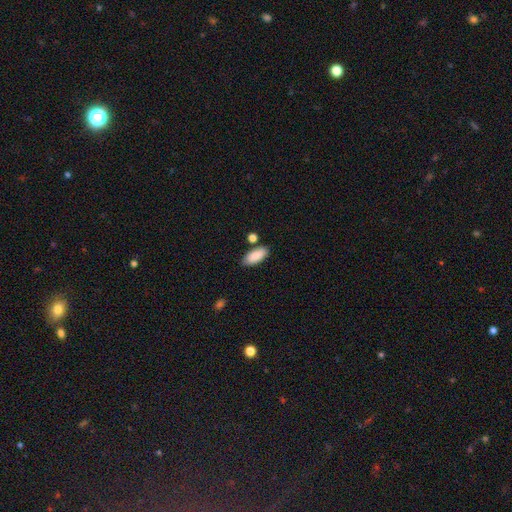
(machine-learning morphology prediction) Smooth or featured? smooth (88%)
How rounded? in between (86%)
Merging? none (77%)